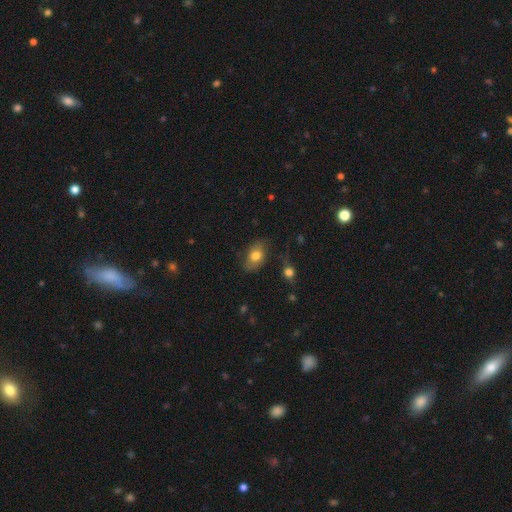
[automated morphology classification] type=smooth (71%); roundness=in between (83%); merging=none (70%).